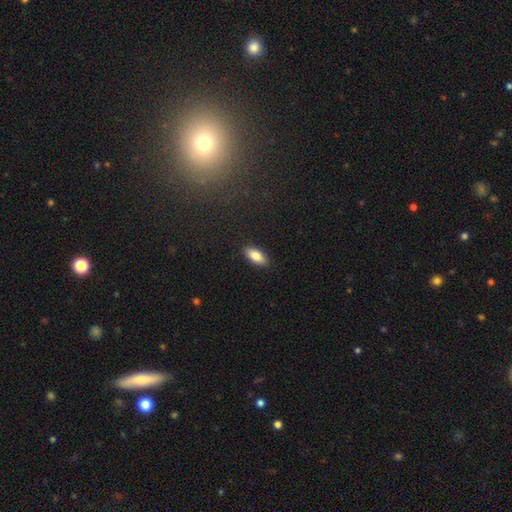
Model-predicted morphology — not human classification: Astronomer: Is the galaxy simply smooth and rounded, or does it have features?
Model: smooth — 84%.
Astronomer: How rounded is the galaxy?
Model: in between — 86%.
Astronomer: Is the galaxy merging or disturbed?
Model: none — 89%.